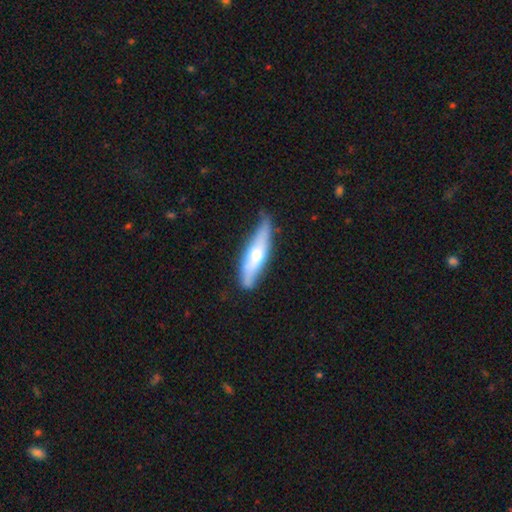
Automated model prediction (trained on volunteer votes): Smooth or featured? Predicted: smooth (p=0.48). Merging? Predicted: none (p=0.66).